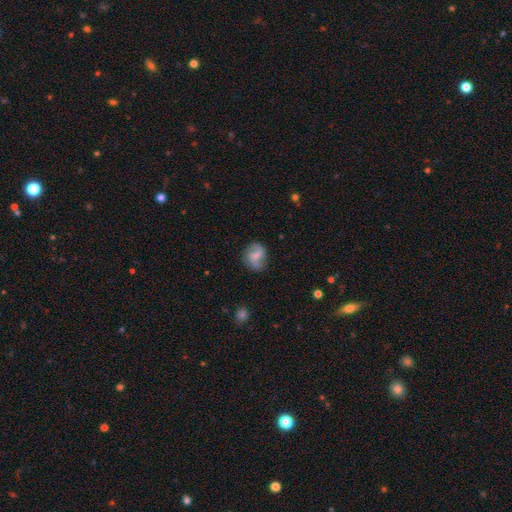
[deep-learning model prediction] Smooth or featured: featured or disk — 53% (smooth — 39%)
Edge-on disk: no — 97% (yes — 3%)
Bar: weak — 47% (no — 34%)
Spiral arms: yes — 79% (no — 21%)
Bulge size: small — 43% (moderate — 32%)
Merging: none — 68% (minor disturbance — 22%)